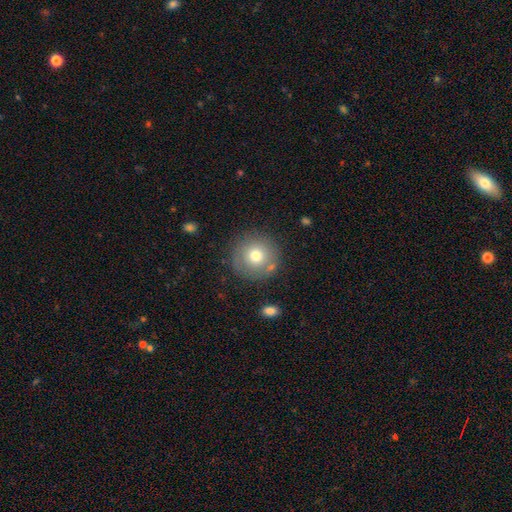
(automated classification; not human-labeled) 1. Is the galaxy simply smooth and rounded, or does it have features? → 72% smooth, 18% featured or disk, 11% star or artifact.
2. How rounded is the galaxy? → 95% round, 4% in between, 1% cigar-shaped.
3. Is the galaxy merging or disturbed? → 81% none, 10% minor disturbance, 5% merger, 4% major disturbance.